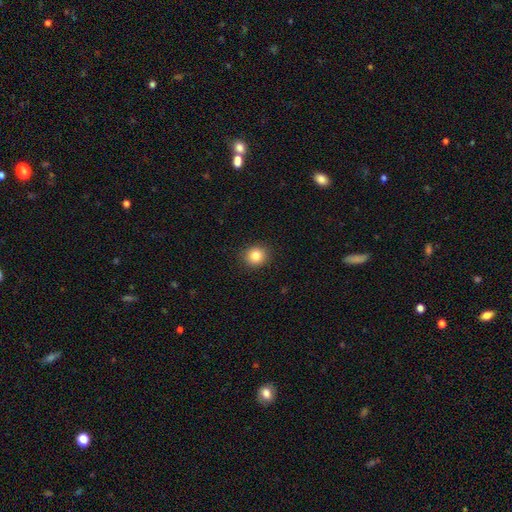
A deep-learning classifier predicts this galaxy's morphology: This appears to be a smooth galaxy with no disk features (84%) that is round (82%). Merging: none (91%).